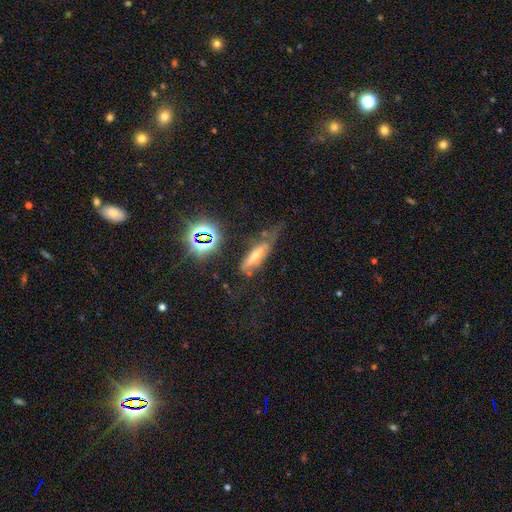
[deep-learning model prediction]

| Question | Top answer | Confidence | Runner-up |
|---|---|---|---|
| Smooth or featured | smooth | 43% | featured or disk (35%) |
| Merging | none | 47% | minor disturbance (30%) |